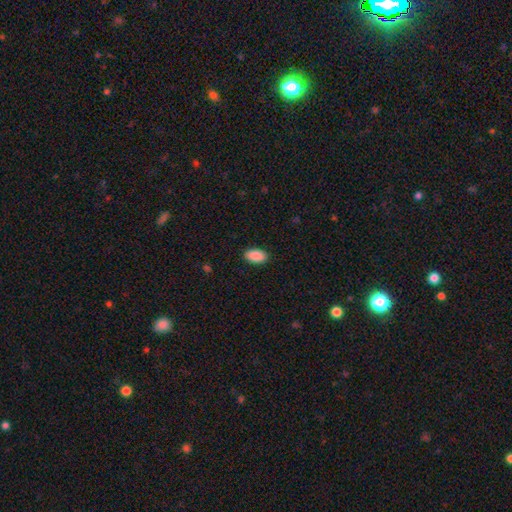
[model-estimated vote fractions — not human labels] smooth-or-featured: smooth: 91% | star or artifact: 7% | featured or disk: 3%
  how-rounded: in between: 94% | round: 4% | cigar-shaped: 2%
  merging: none: 90% | minor disturbance: 7% | major disturbance: 2% | merger: 1%